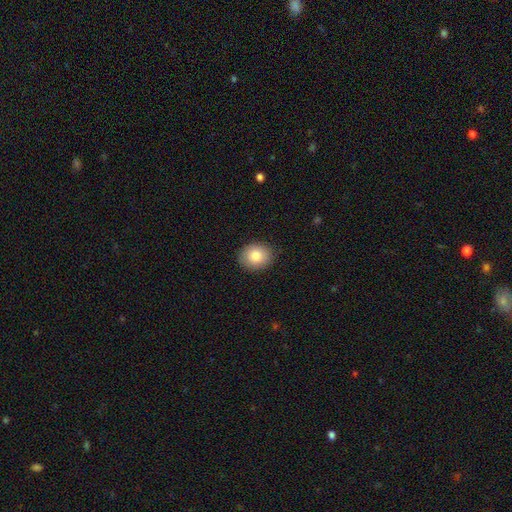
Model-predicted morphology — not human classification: The model was most divided on "how rounded": round: 60%, in between: 39%, cigar-shaped: 1%. More confident: merging — none (87%); smooth or featured — smooth (84%).